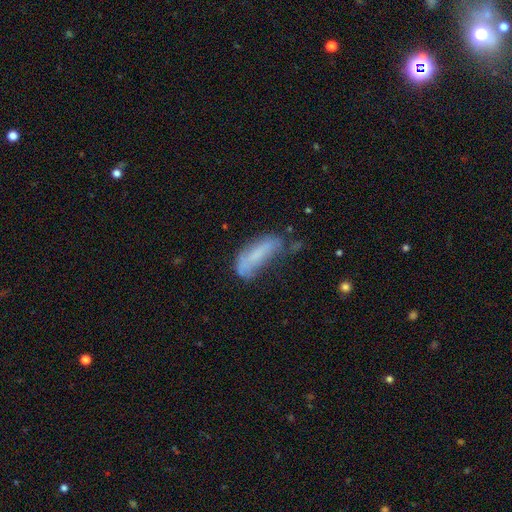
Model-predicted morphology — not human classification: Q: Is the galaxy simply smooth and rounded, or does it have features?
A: smooth — 59%.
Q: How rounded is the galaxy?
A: in between — 61%.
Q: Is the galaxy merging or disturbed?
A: minor disturbance — 33%.